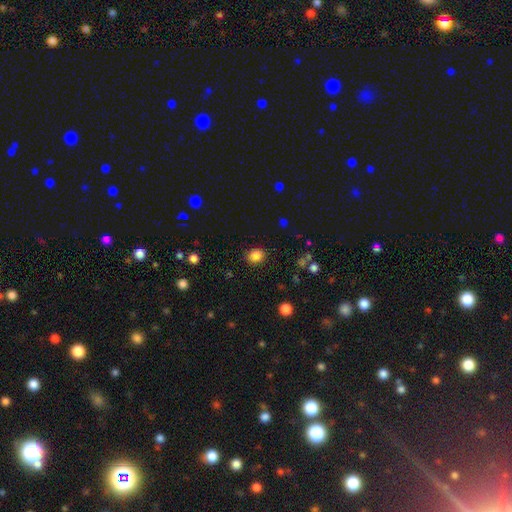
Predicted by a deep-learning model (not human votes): This appears to be a smooth galaxy with no disk features (85%) that is round (64%). Merging: none (88%).